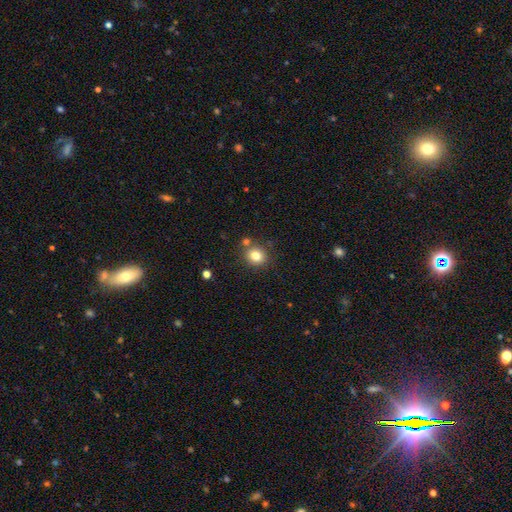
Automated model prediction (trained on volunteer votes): Smooth or featured: smooth — 81% (star or artifact — 11%)
How rounded: round — 74% (in between — 25%)
Merging: none — 74% (merger — 11%)